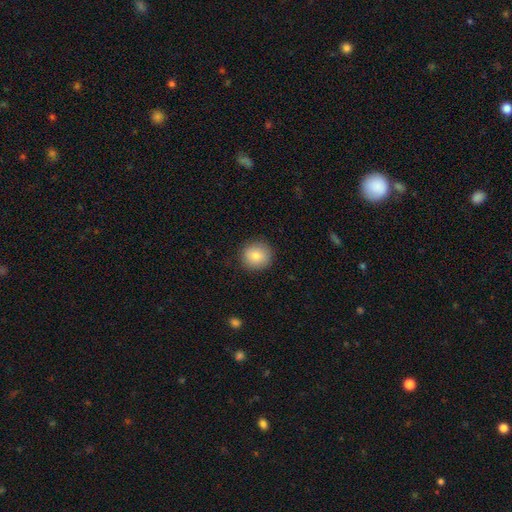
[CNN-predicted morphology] Smooth or featured? smooth (84%)
How rounded? round (90%)
Merging? none (88%)